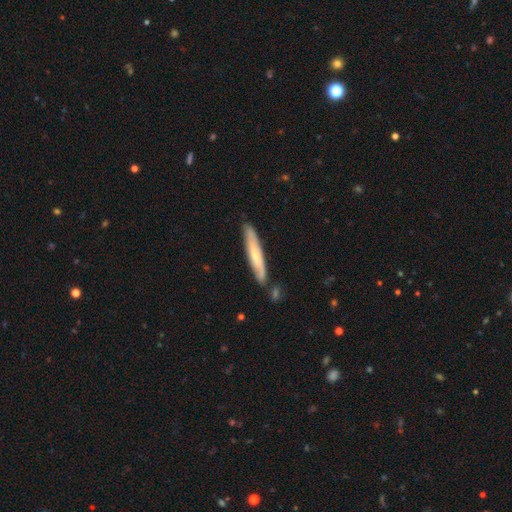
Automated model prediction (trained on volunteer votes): smooth_or_featured: smooth (p=0.50) [alt: featured or disk p=0.45]
merging: none (p=0.77) [alt: minor disturbance p=0.15]